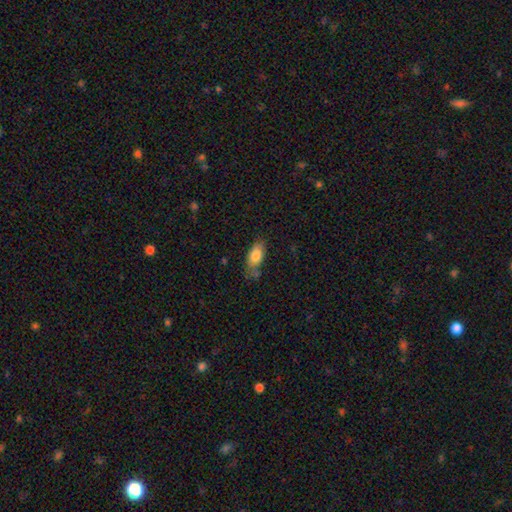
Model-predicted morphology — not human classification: A smooth galaxy with no disk features (81%) that is in between round and cigar-shaped (87%). Merging: none (60%).